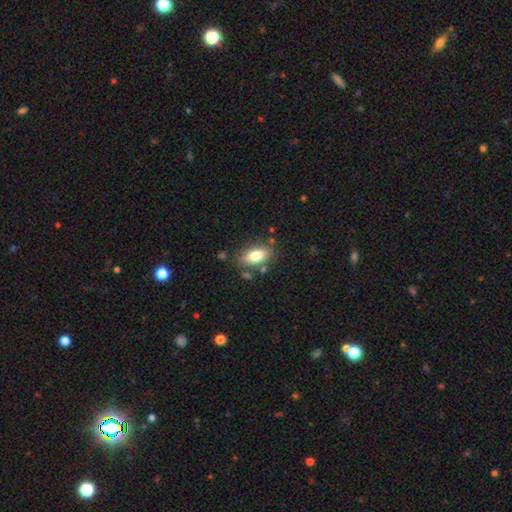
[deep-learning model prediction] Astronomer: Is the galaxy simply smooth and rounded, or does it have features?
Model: smooth — 78%.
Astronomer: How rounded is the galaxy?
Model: in between — 88%.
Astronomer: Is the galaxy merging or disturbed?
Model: none — 77%.